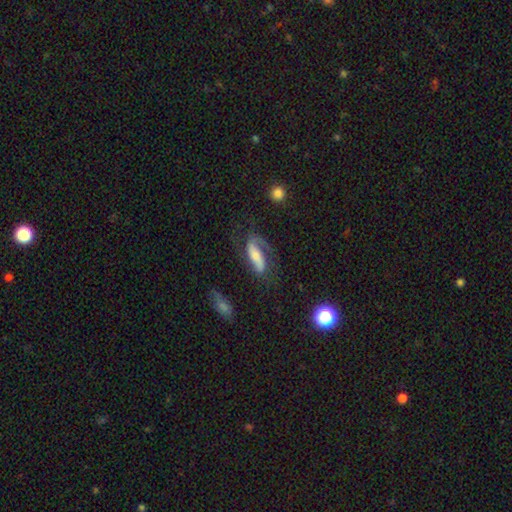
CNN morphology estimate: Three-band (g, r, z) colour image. It shows a featured or disk galaxy (67%) with a strong bar (37%), 2 (75%) medium (40%) spiral arms (90%) and a moderate central bulge (42%). Merging: none (55%).